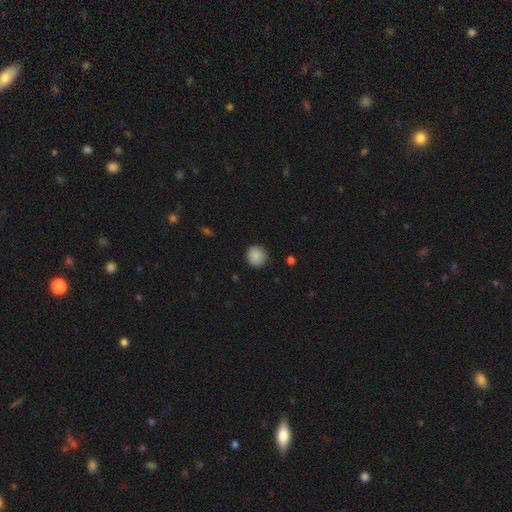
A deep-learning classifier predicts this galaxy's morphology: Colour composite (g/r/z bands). It shows a smooth galaxy with no disk features (88%) that is round (90%). Merging: none (89%).